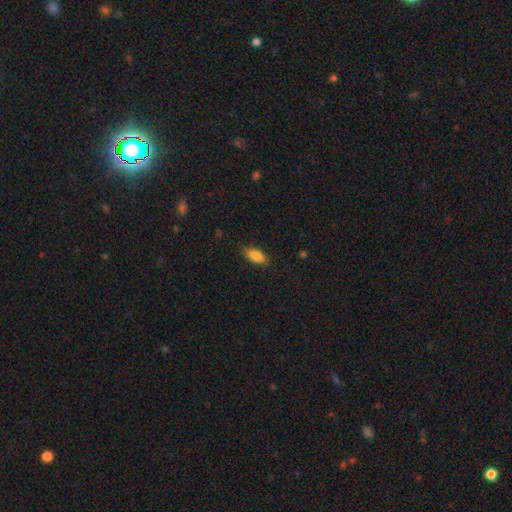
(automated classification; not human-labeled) A smooth galaxy with no disk features (85%) that is in between round and cigar-shaped (88%).

Vote fractions:
- Smooth or featured? smooth: 85% / star or artifact: 7% / featured or disk: 7%
- How rounded? in between: 88% / cigar-shaped: 9% / round: 3%
- Merging? none: 84% / minor disturbance: 12% / major disturbance: 3% / merger: 1%